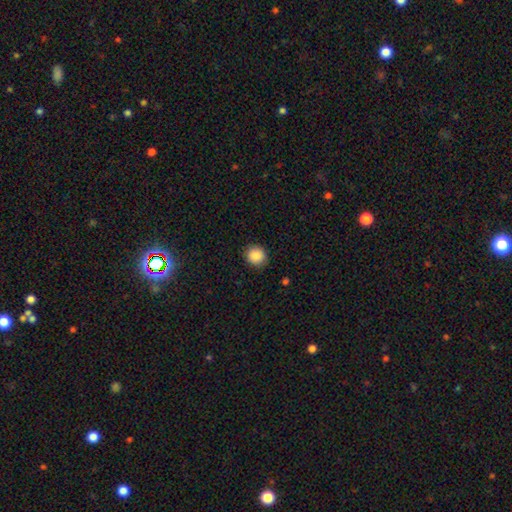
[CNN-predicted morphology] Overall: smooth (88%). How rounded: round (87%). Merging: none (88%).